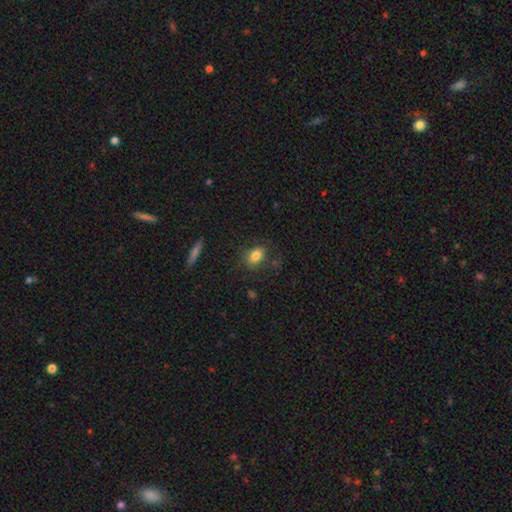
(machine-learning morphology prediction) This appears to be a smooth galaxy with no disk features (82%) that is in between round and cigar-shaped (72%). Merging: none (77%).